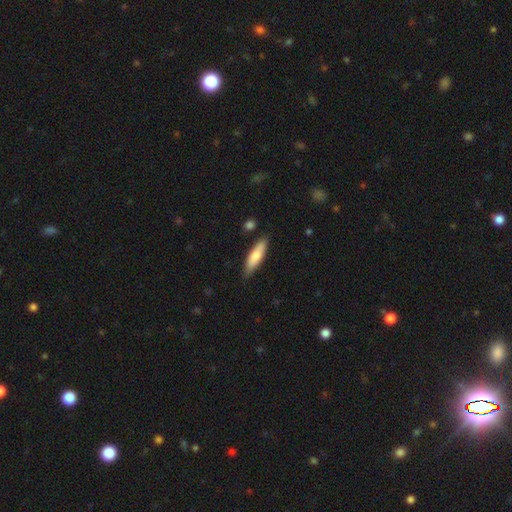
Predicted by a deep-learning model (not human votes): The model was most divided on "how rounded": cigar-shaped: 64%, in between: 34%, round: 2%. More confident: merging — none (80%); smooth or featured — smooth (75%).